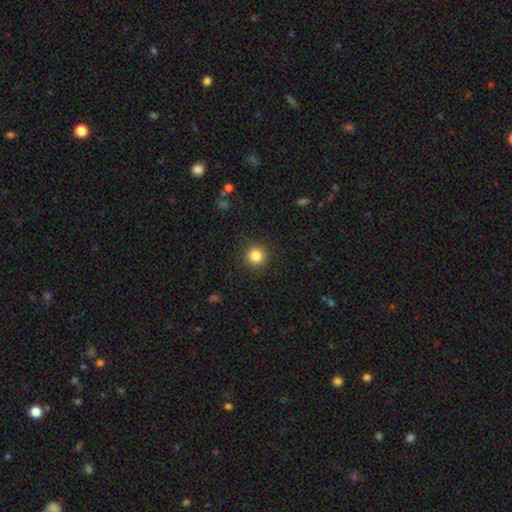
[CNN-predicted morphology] Smooth or featured?
  - smooth: 84% *
  - star or artifact: 11%
  - featured or disk: 5%
How rounded?
  - round: 95% *
  - in between: 4%
  - cigar-shaped: 1%
Merging?
  - none: 91% *
  - minor disturbance: 6%
  - major disturbance: 2%
  - merger: 1%